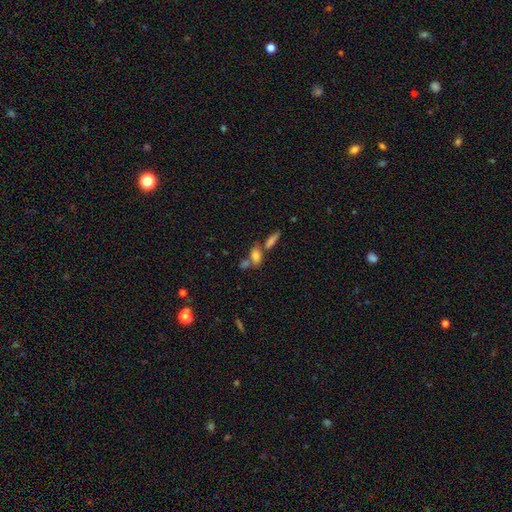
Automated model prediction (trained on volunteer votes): Morphology: type=smooth (75%); roundness=in between (79%); merging=none (44%).